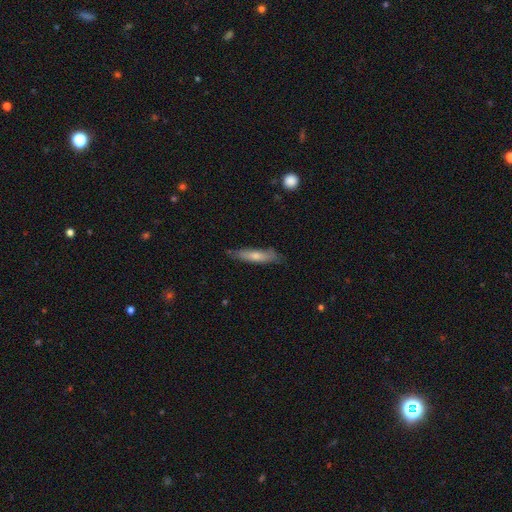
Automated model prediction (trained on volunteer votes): This appears to be a smooth galaxy with no disk features (54%) that is cigar-shaped (85%). Merging: none (81%).